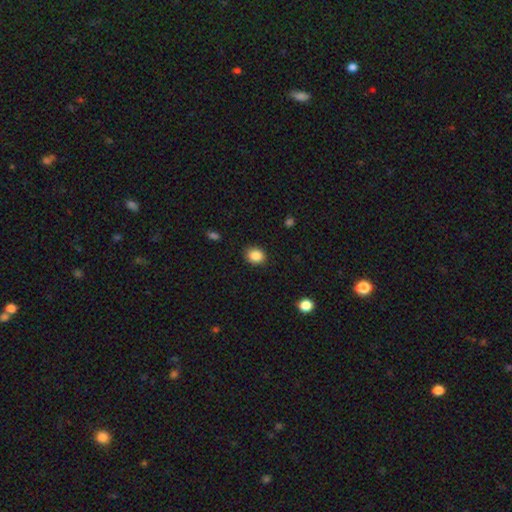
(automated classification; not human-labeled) A smooth galaxy with no disk features (87%) that is round (62%). Merging: none (88%).